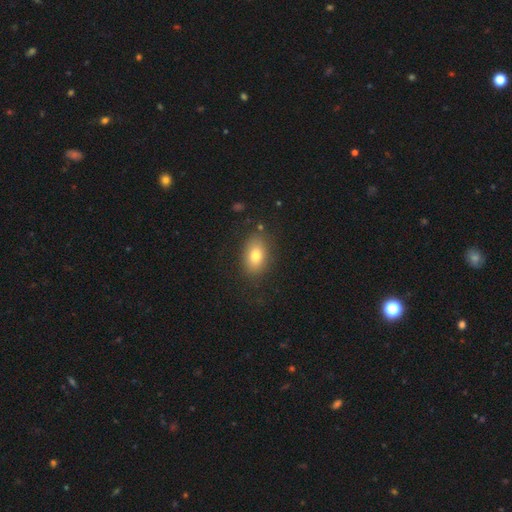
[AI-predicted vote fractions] The model was most divided on "smooth or featured": smooth: 78%, featured or disk: 13%, star or artifact: 9%. More confident: how rounded — in between (85%); merging — none (83%).